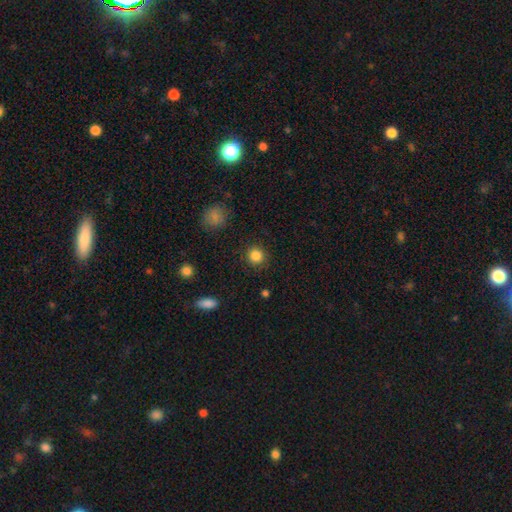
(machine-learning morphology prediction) Overall: smooth (85%). How rounded: round (91%). Merging: none (89%).